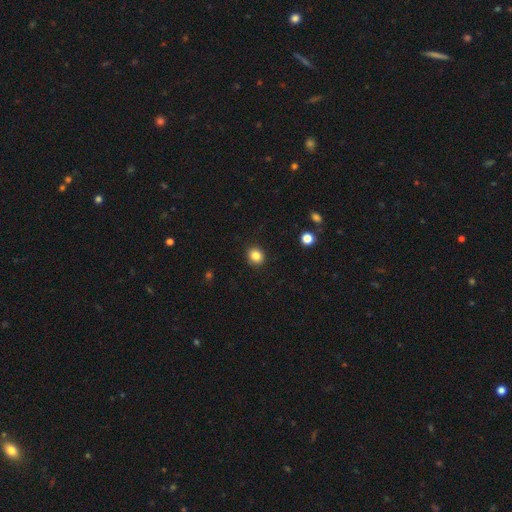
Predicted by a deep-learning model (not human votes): Smooth or featured? smooth (84%)
How rounded? round (81%)
Merging? none (91%)